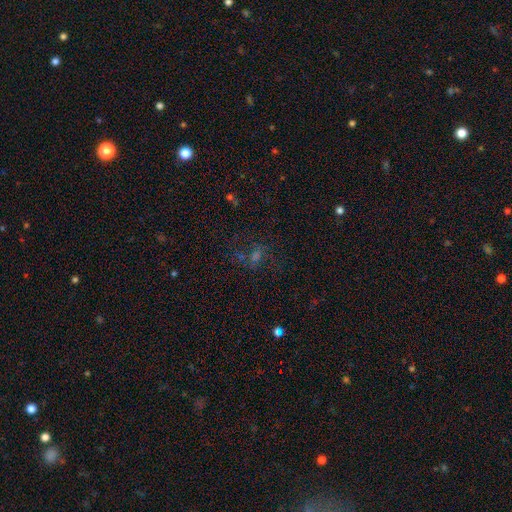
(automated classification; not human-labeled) Morphology: type=star or artifact (45%).